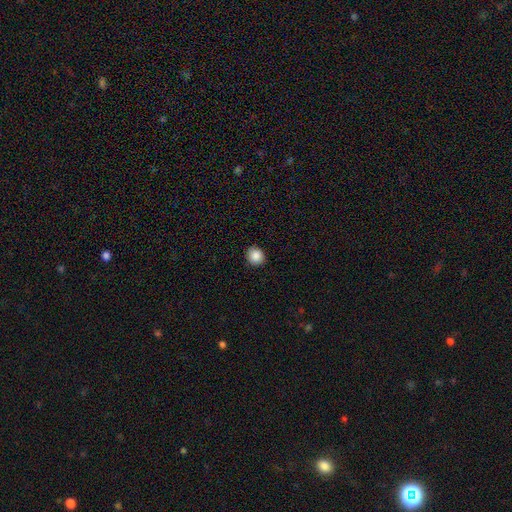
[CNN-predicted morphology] Smooth or featured? Predicted: smooth (p=0.87). How rounded? Predicted: round (p=0.85). Merging? Predicted: none (p=0.89).